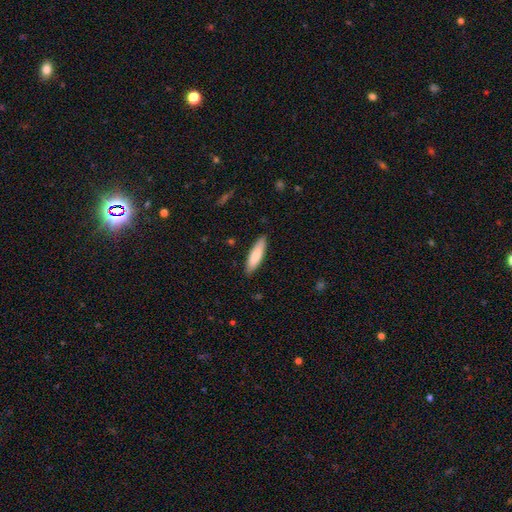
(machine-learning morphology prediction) smooth_or_featured: smooth (p=0.82) [alt: featured or disk p=0.13]
how_rounded: cigar-shaped (p=0.65) [alt: in between p=0.33]
merging: none (p=0.88) [alt: minor disturbance p=0.09]